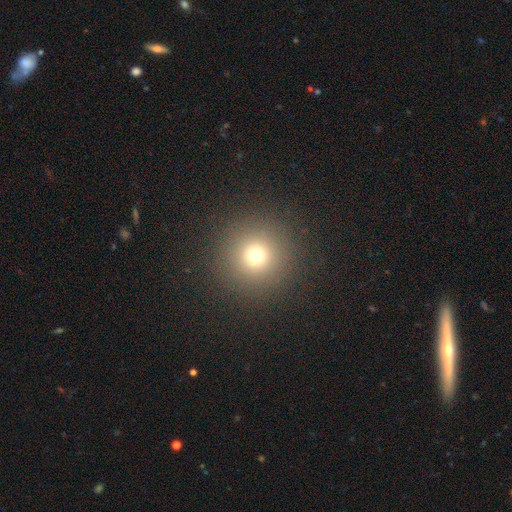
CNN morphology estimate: Q: Smooth or featured?
A: smooth (71%); runner-up: star or artifact (20%)
Q: How rounded?
A: round (96%); runner-up: in between (3%)
Q: Merging?
A: none (90%); runner-up: minor disturbance (5%)